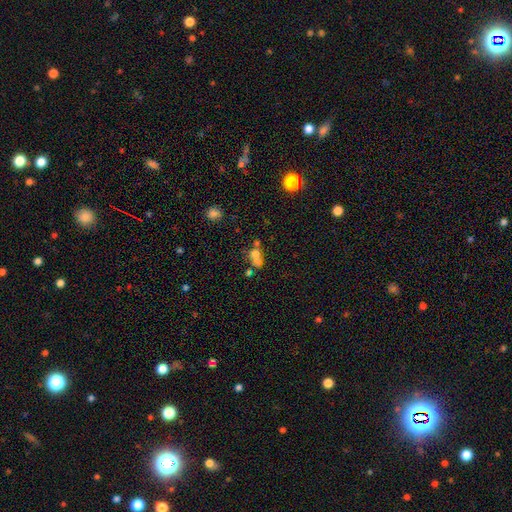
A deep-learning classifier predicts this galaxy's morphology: A smooth galaxy with no disk features (58%) that is round (50%).

Vote fractions:
- Smooth or featured? smooth: 58% / featured or disk: 23% / star or artifact: 19%
- How rounded? round: 50% / in between: 46% / cigar-shaped: 4%
- Merging? merger: 50% / none: 29% / minor disturbance: 11% / major disturbance: 10%